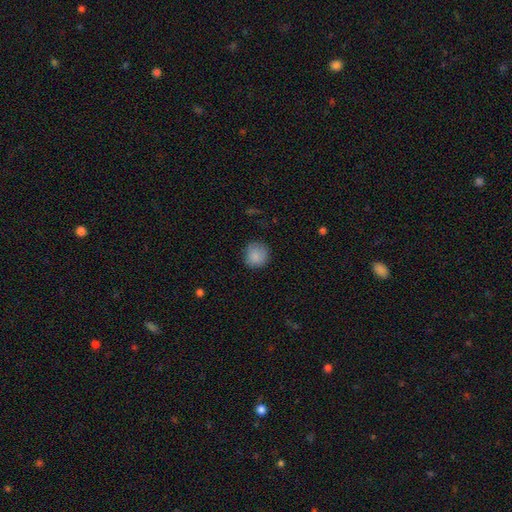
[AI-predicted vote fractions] Smooth or featured? smooth (86%)
How rounded? round (91%)
Merging? none (80%)